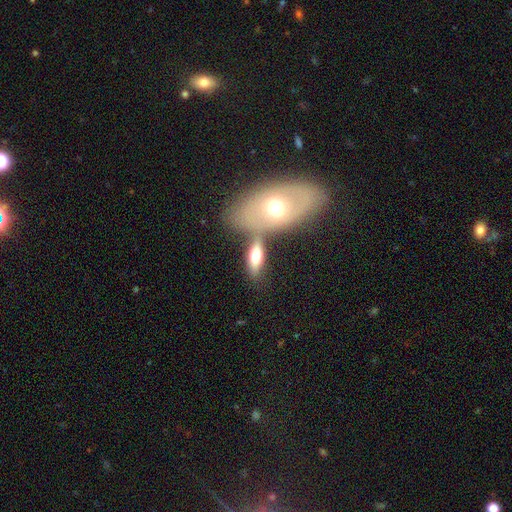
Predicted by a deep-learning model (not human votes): A smooth galaxy with no disk features (60%) that is in between round and cigar-shaped (73%).

Vote fractions:
- Smooth or featured? smooth: 60% / featured or disk: 33% / star or artifact: 7%
- How rounded? in between: 73% / cigar-shaped: 22% / round: 5%
- Merging? none: 47% / merger: 35% / minor disturbance: 12% / major disturbance: 7%